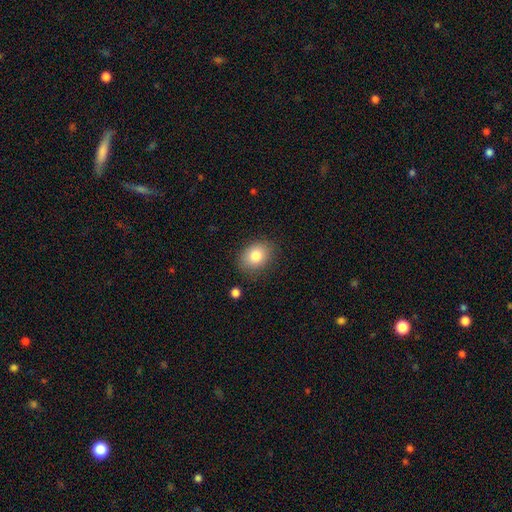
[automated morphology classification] Smooth or featured?
  - smooth: 83% *
  - star or artifact: 9%
  - featured or disk: 9%
How rounded?
  - in between: 58% *
  - round: 41%
  - cigar-shaped: 1%
Merging?
  - none: 83% *
  - minor disturbance: 12%
  - major disturbance: 3%
  - merger: 2%